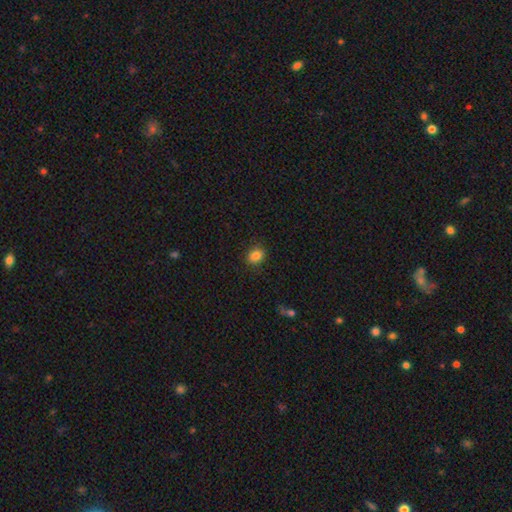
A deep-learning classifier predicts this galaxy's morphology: smooth 84%, star or artifact 11%, featured or disk 5%. Down the decision tree: how rounded — round (52%); merging — none (86%).